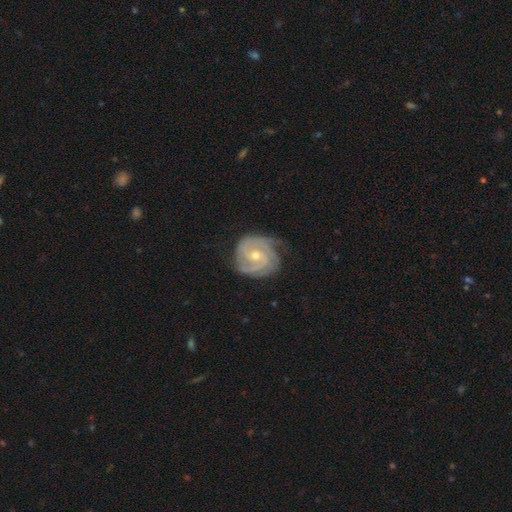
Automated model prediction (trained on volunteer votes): This is clearly a featured or disk galaxy (88%). It is clearly not viewed edge-on (98%). Bar: possibly no (54%). Spiral arm pattern: clearly yes (97%). Spiral arm count: marginally 3 (35%). Spiral winding: likely tight (69%). Central bulge: possibly small (50%). Merging: likely none (70%).